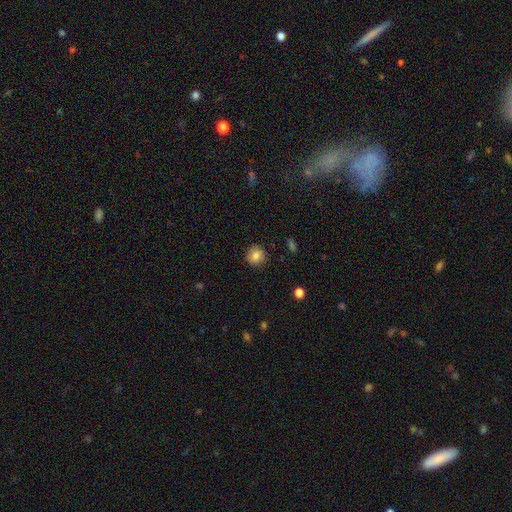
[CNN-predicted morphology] Smooth or featured?
  - smooth: 82% *
  - star or artifact: 10%
  - featured or disk: 8%
How rounded?
  - round: 92% *
  - in between: 7%
  - cigar-shaped: 1%
Merging?
  - none: 88% *
  - minor disturbance: 8%
  - major disturbance: 2%
  - merger: 1%